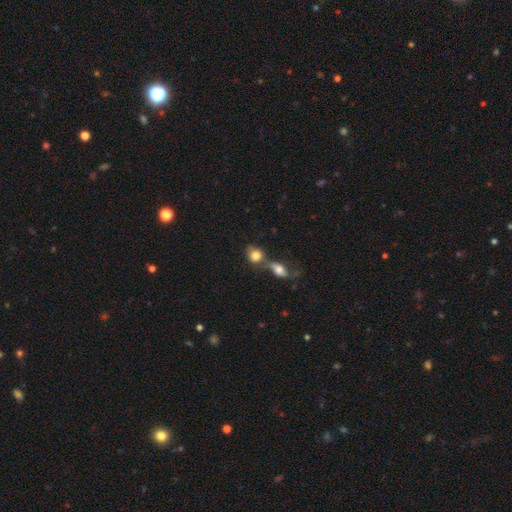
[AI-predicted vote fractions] Smooth or featured? smooth (80%)
How rounded? round (65%)
Merging? merger (53%)